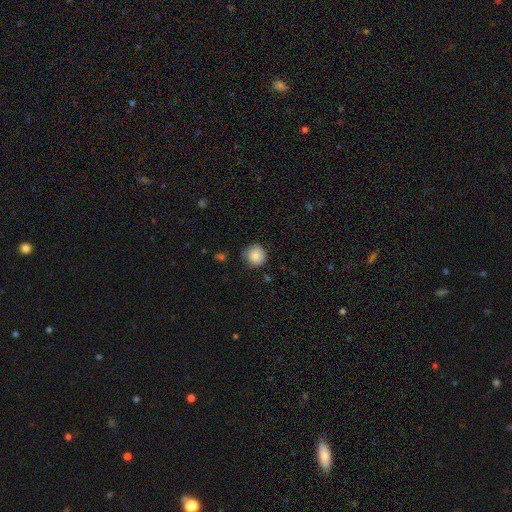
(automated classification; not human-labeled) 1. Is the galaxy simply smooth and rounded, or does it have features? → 86% smooth, 8% star or artifact, 6% featured or disk.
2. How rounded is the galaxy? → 91% round, 8% in between, 1% cigar-shaped.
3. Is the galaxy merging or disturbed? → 72% none, 22% minor disturbance, 5% major disturbance, 2% merger.